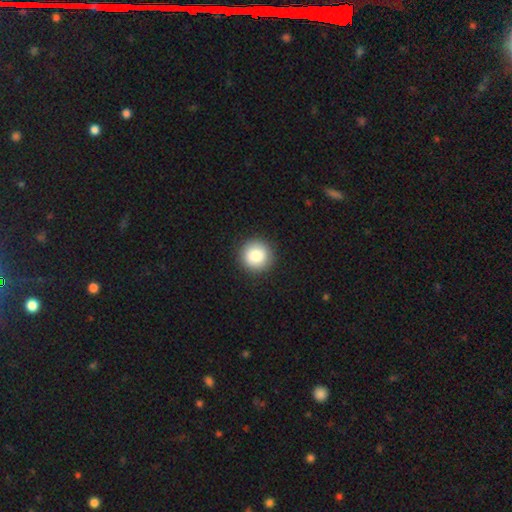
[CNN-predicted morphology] This is clearly a smooth galaxy (84%). How rounded: clearly round (95%). Merging: clearly none (92%).